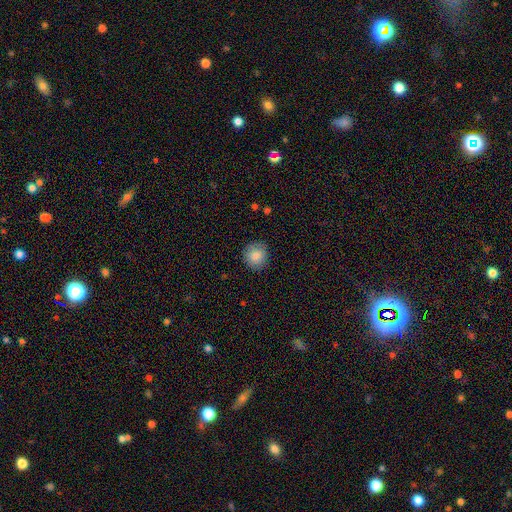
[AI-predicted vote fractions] Smooth or featured?
  - smooth: 86% *
  - star or artifact: 8%
  - featured or disk: 6%
How rounded?
  - round: 88% *
  - in between: 11%
  - cigar-shaped: 1%
Merging?
  - none: 87% *
  - minor disturbance: 10%
  - major disturbance: 2%
  - merger: 1%